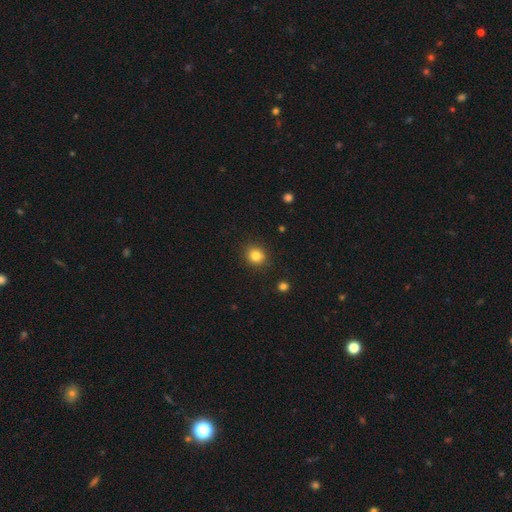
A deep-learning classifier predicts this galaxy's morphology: A smooth galaxy with no disk features (83%) that is round (84%).

Vote fractions:
- Smooth or featured? smooth: 83% / star or artifact: 11% / featured or disk: 6%
- How rounded? round: 84% / in between: 15% / cigar-shaped: 1%
- Merging? none: 90% / minor disturbance: 7% / major disturbance: 2% / merger: 1%